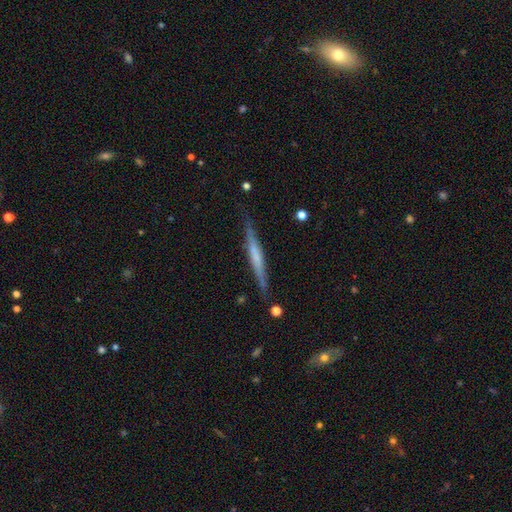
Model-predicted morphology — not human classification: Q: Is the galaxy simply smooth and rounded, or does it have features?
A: featured or disk — 57%.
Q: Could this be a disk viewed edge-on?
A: yes — 97%.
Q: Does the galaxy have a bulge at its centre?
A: none — 57%.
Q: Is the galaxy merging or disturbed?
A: none — 84%.